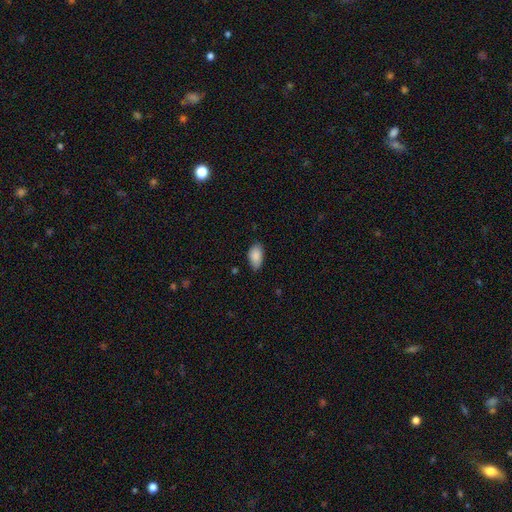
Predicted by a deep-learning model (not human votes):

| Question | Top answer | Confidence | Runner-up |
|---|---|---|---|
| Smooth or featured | smooth | 88% | star or artifact (7%) |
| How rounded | in between | 93% | round (4%) |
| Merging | none | 72% | minor disturbance (23%) |